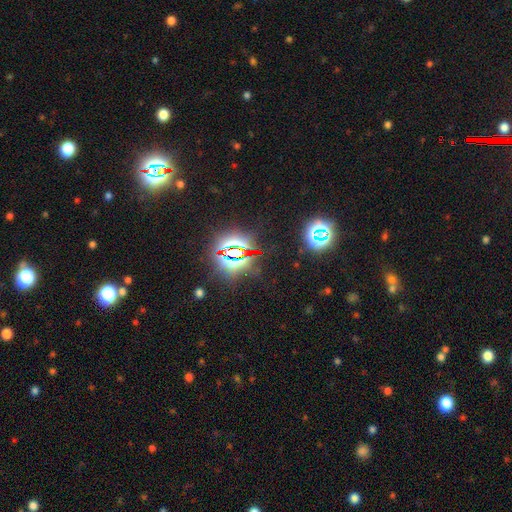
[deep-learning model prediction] Smooth or featured? Predicted: star or artifact (p=0.82).